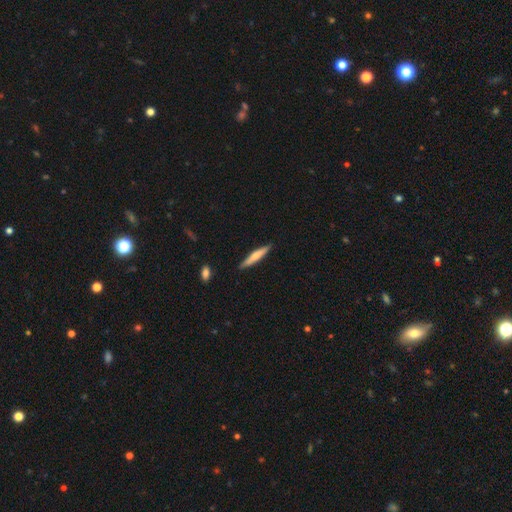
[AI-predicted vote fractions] A smooth galaxy with no disk features (55%) that is cigar-shaped (91%).

Vote fractions:
- Smooth or featured? smooth: 55% / featured or disk: 40% / star or artifact: 5%
- How rounded? cigar-shaped: 91% / in between: 8% / round: 1%
- Merging? none: 88% / minor disturbance: 9% / major disturbance: 2% / merger: 1%